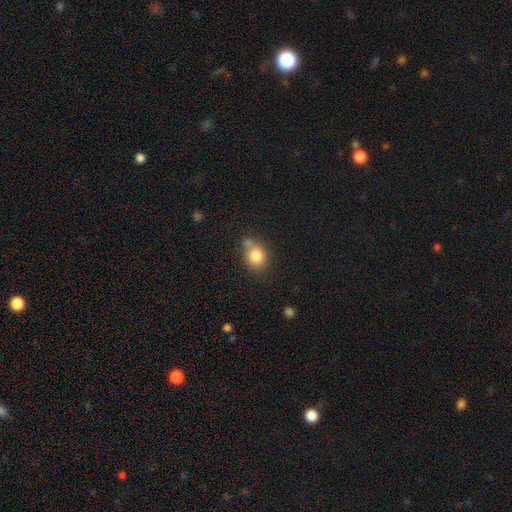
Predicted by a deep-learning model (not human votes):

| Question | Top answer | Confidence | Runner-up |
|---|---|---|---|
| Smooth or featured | smooth | 81% | star or artifact (10%) |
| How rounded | round | 61% | in between (38%) |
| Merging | none | 53% | merger (21%) |